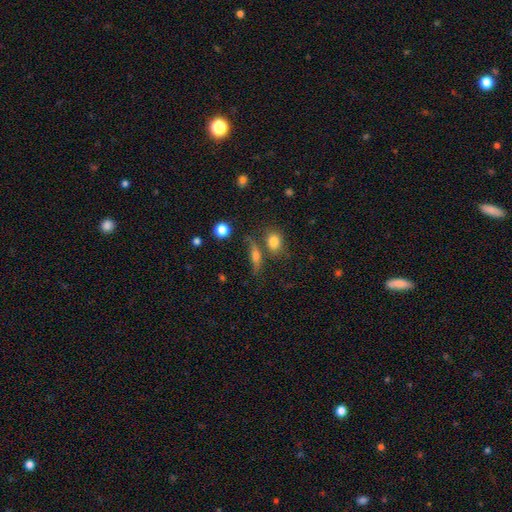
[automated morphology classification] Smooth or featured?
  - smooth: 57% *
  - featured or disk: 31%
  - star or artifact: 12%
How rounded?
  - cigar-shaped: 43% *
  - in between: 36%
  - round: 21%
Merging?
  - none: 67% *
  - merger: 14%
  - minor disturbance: 13%
  - major disturbance: 6%